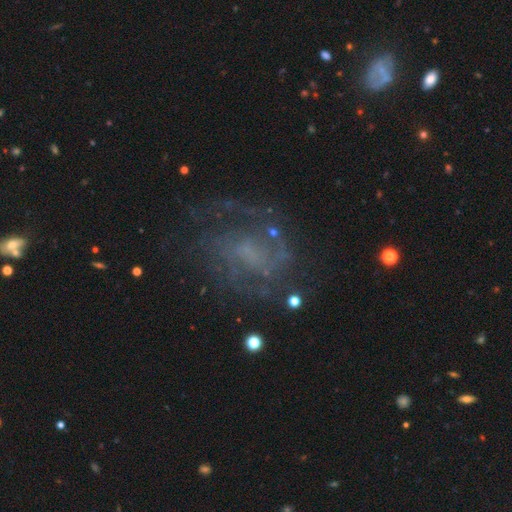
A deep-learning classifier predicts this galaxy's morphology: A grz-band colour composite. It shows a featured or disk galaxy (72%) with no bar (45%), 2 (43%) medium (44%) spiral arms (82%) and no central bulge (46%). Merging: none (62%).